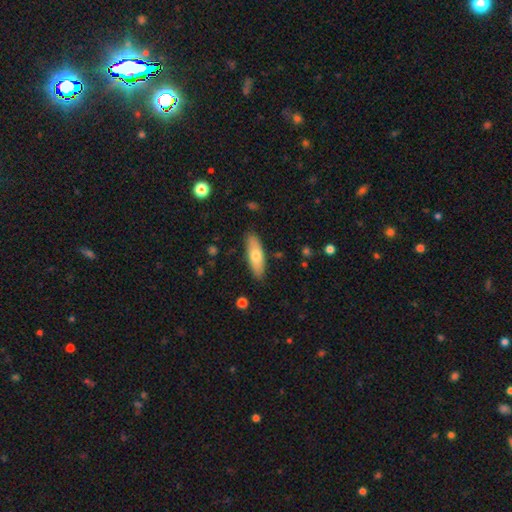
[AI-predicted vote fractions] smooth 68%, featured or disk 27%, star or artifact 6%. Down the decision tree: how rounded — in between (55%); merging — none (87%).